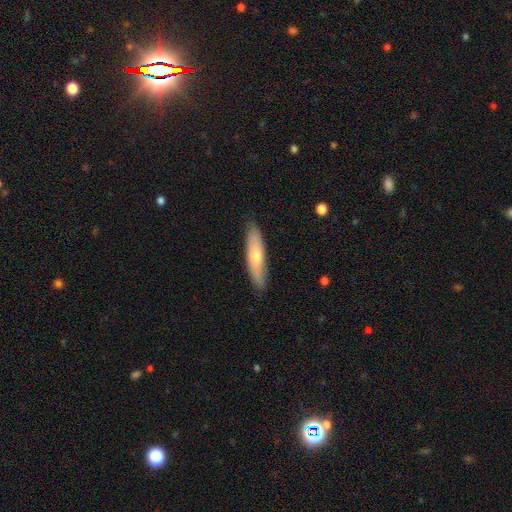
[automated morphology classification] Smooth or featured?
  - smooth: 60% *
  - featured or disk: 34%
  - star or artifact: 6%
How rounded?
  - cigar-shaped: 74% *
  - in between: 24%
  - round: 2%
Merging?
  - none: 85% *
  - minor disturbance: 12%
  - major disturbance: 2%
  - merger: 1%